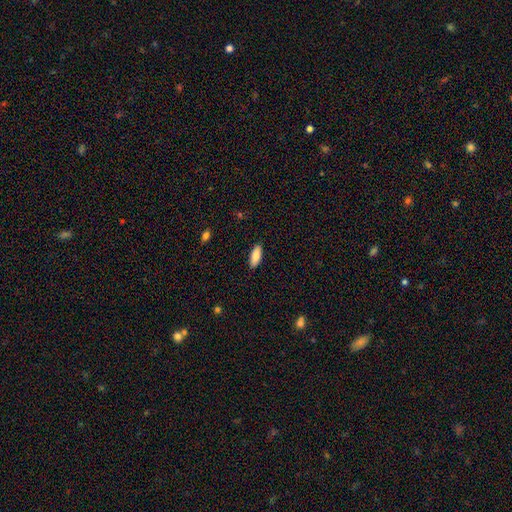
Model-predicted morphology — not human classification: A smooth galaxy with no disk features (83%) that is in between round and cigar-shaped (74%). Merging: none (89%).